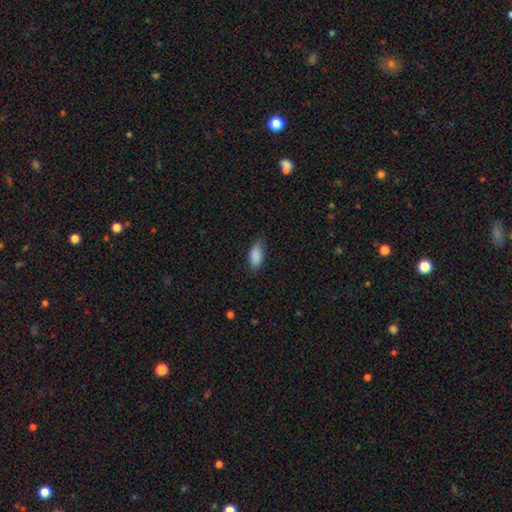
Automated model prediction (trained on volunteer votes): Smooth or featured: smooth — 89% (star or artifact — 7%)
How rounded: in between — 91% (cigar-shaped — 6%)
Merging: none — 72% (minor disturbance — 23%)